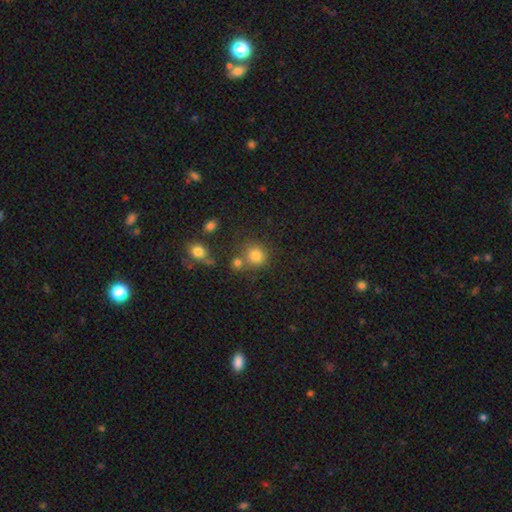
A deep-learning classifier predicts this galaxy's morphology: smooth 79%, star or artifact 13%, featured or disk 7%. Down the decision tree: how rounded — round (86%); merging — none (64%).